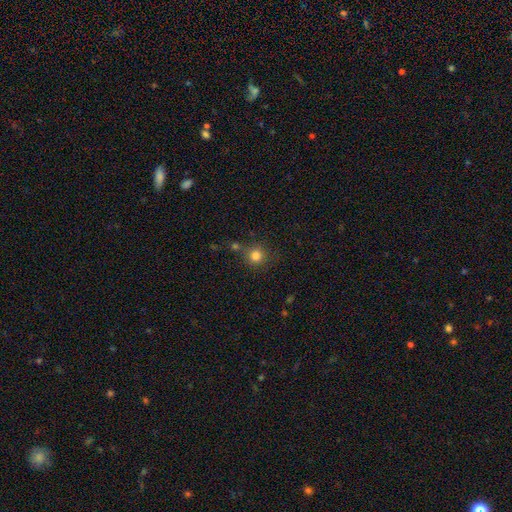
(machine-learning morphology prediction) smooth_or_featured: smooth (p=0.81) [alt: star or artifact p=0.13]
how_rounded: round (p=0.92) [alt: in between p=0.07]
merging: none (p=0.73) [alt: merger p=0.12]